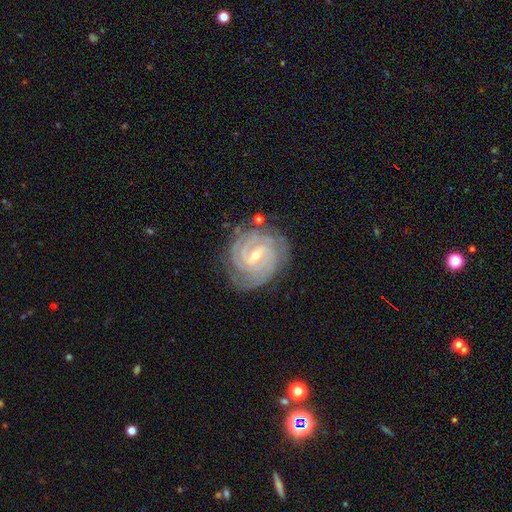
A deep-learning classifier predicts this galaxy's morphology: Smooth or featured? Predicted: featured or disk (p=0.91). Edge-on disk? Predicted: no (p=0.97). Bar? Predicted: weak (p=0.53). Spiral arms? Predicted: yes (p=0.98). Spiral winding? Predicted: tight (p=0.83). Spiral arm count? Predicted: 3 (p=0.27). Bulge size? Predicted: small (p=0.57). Merging? Predicted: none (p=0.81).